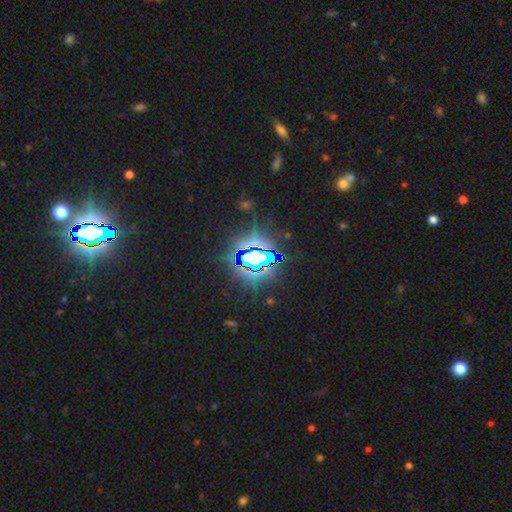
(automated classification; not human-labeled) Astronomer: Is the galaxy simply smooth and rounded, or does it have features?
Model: star or artifact — 85%.